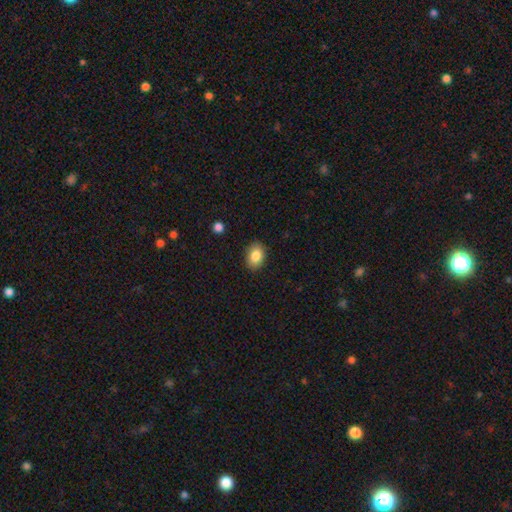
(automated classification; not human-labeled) Smooth or featured?
  - smooth: 86% *
  - star or artifact: 8%
  - featured or disk: 6%
How rounded?
  - in between: 82% *
  - round: 17%
  - cigar-shaped: 1%
Merging?
  - none: 87% *
  - minor disturbance: 9%
  - major disturbance: 2%
  - merger: 1%